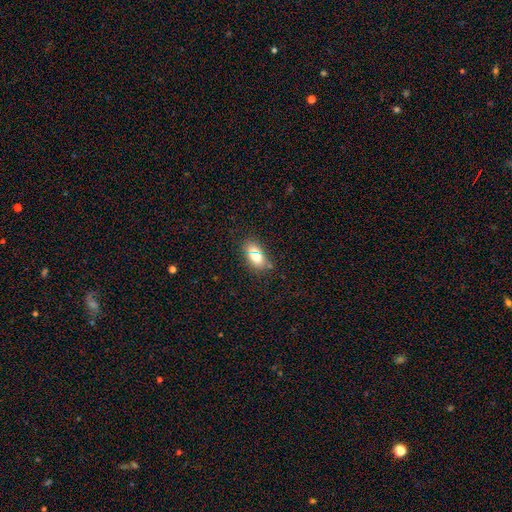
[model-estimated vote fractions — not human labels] Smooth or featured: smooth — 73% (featured or disk — 15%)
How rounded: in between — 82% (round — 13%)
Merging: none — 75% (minor disturbance — 14%)